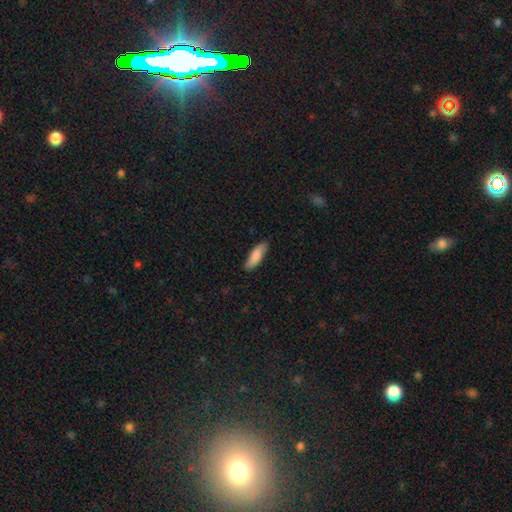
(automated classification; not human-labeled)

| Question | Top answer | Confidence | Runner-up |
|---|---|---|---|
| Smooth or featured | smooth | 85% | featured or disk (10%) |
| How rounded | in between | 52% | cigar-shaped (47%) |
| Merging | none | 84% | minor disturbance (13%) |